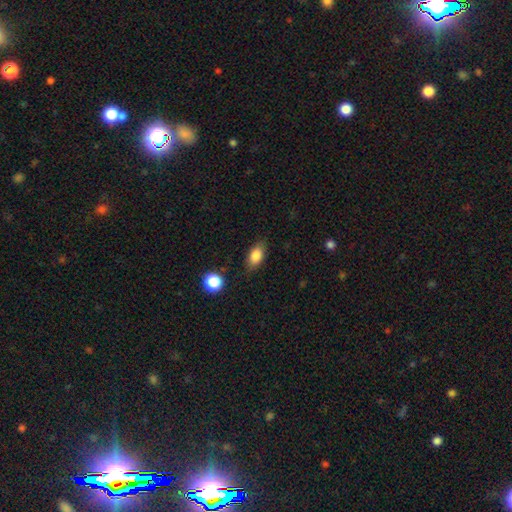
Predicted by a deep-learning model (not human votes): A smooth galaxy with no disk features (83%) that is in between round and cigar-shaped (86%).

Vote fractions:
- Smooth or featured? smooth: 83% / featured or disk: 9% / star or artifact: 9%
- How rounded? in between: 86% / round: 9% / cigar-shaped: 5%
- Merging? none: 81% / minor disturbance: 14% / major disturbance: 3% / merger: 2%